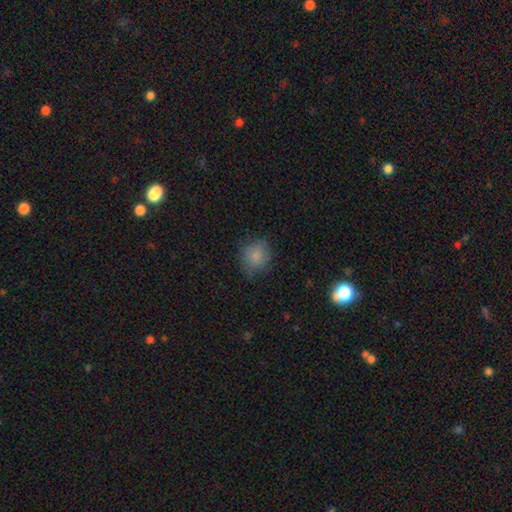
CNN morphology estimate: Smooth or featured? smooth (82%)
How rounded? round (79%)
Merging? none (72%)